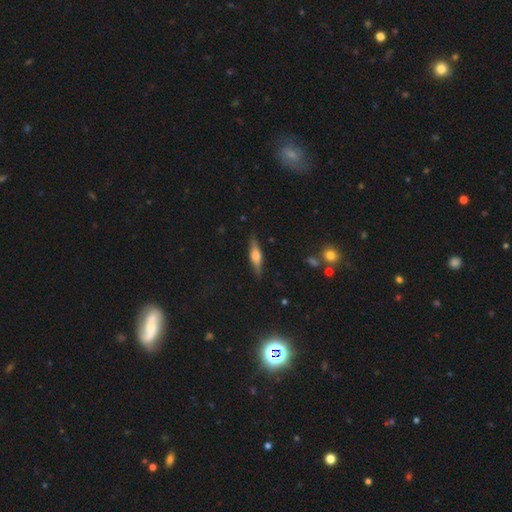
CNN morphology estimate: Q: Smooth or featured?
A: featured or disk (55%); runner-up: smooth (38%)
Q: Edge-on disk?
A: yes (95%); runner-up: no (5%)
Q: Edge-on bulge?
A: rounded (80%); runner-up: boxy (16%)
Q: Merging?
A: none (86%); runner-up: minor disturbance (10%)